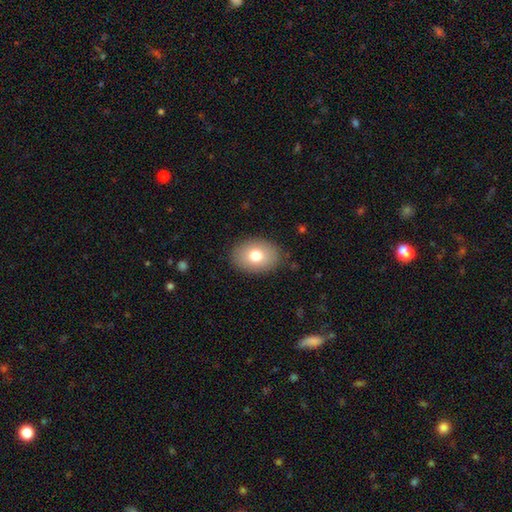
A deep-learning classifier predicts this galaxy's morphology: The model was most divided on "how rounded": in between: 75%, round: 24%, cigar-shaped: 1%. More confident: merging — none (86%); smooth or featured — smooth (76%).